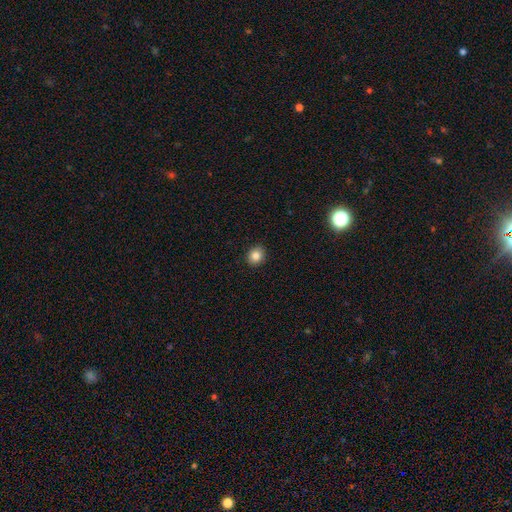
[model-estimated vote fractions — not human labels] A smooth galaxy with no disk features (84%) that is round (72%). Merging: none (91%).